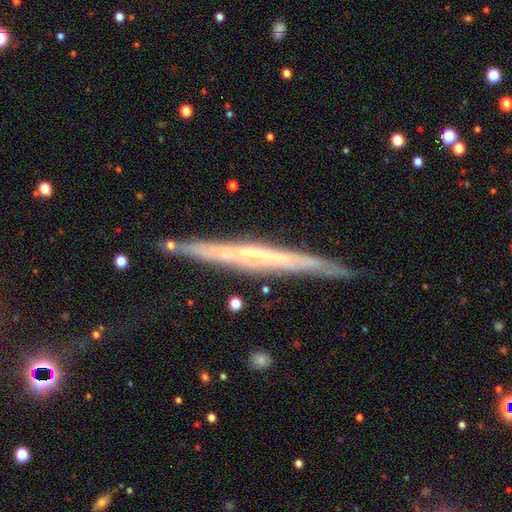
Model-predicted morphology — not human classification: type=featured or disk (70%); edge-on=yes (95%); edge-on bulge=none (79%); merging=none (84%).